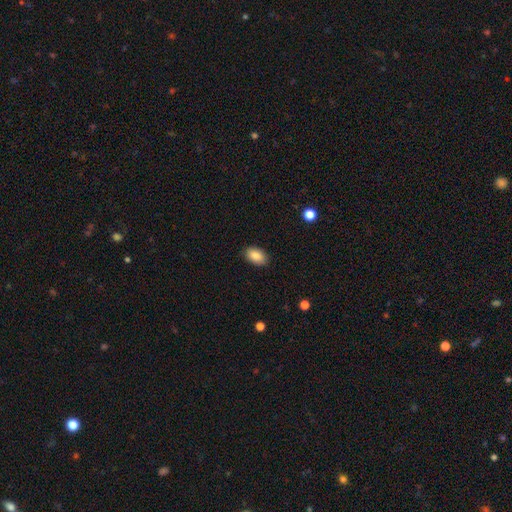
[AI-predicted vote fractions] Morphology: type=smooth (88%); roundness=in between (90%); merging=none (88%).